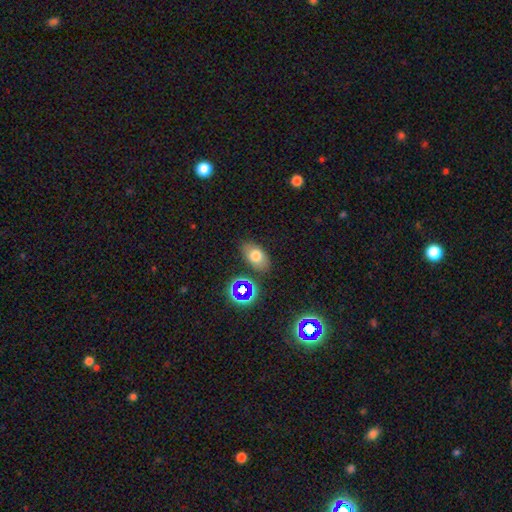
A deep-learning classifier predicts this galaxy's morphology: Q: Smooth or featured?
A: smooth (70%); runner-up: featured or disk (15%)
Q: How rounded?
A: in between (85%); runner-up: round (13%)
Q: Merging?
A: none (78%); runner-up: minor disturbance (13%)